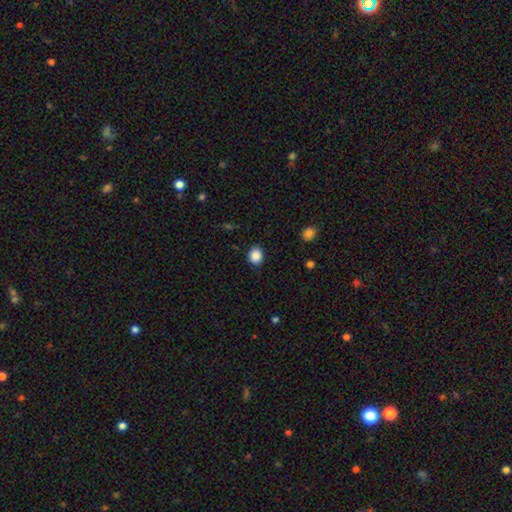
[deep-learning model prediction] This appears to be a smooth galaxy with no disk features (88%) that is round (69%). Merging: none (88%).